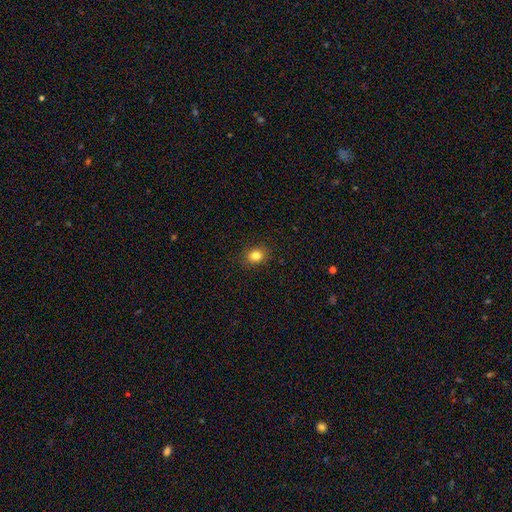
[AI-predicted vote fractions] Morphology: type=smooth (83%); roundness=round (57%); merging=none (89%).